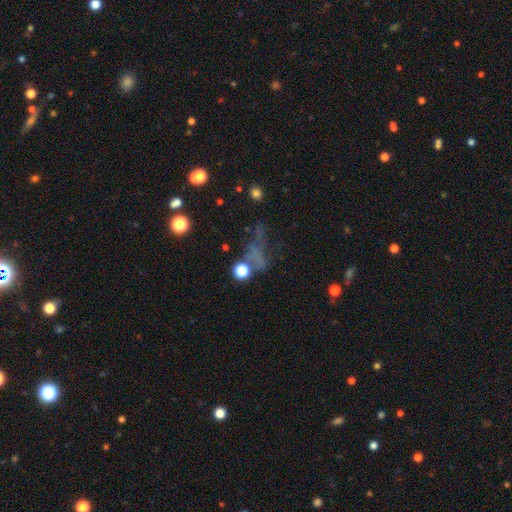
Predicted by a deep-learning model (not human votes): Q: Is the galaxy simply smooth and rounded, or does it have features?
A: smooth — 43%.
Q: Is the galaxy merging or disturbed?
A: none — 43%.